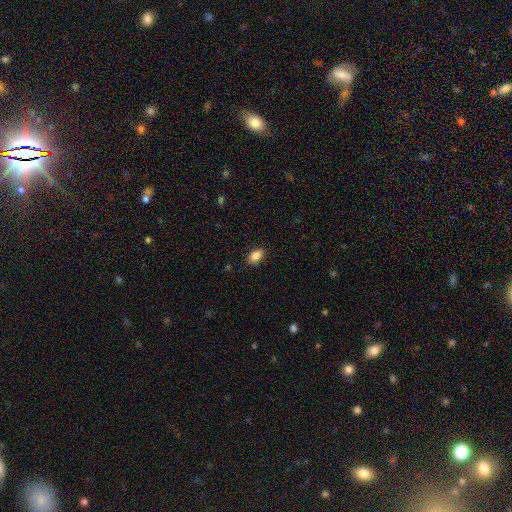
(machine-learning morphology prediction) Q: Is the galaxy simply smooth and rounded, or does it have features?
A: smooth — 87%.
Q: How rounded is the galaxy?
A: in between — 88%.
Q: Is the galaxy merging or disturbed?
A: none — 86%.